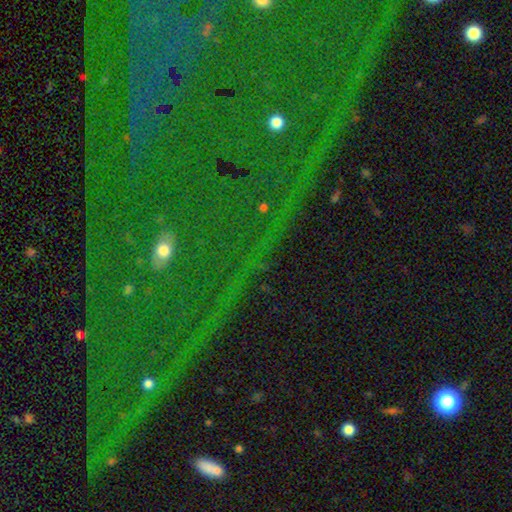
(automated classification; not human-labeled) Overall: star or artifact (78%).